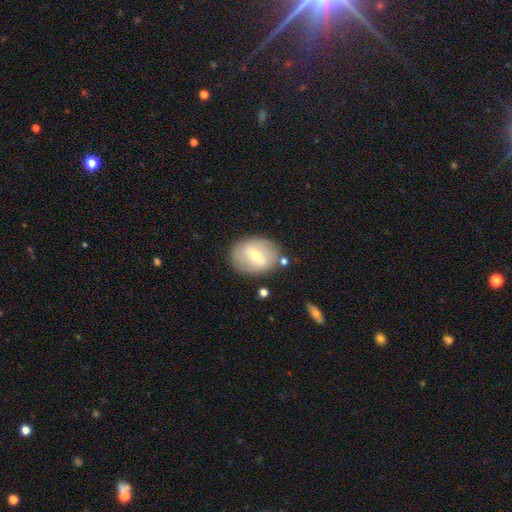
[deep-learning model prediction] This appears to be a smooth galaxy with no disk features (49%). Merging: none (80%).